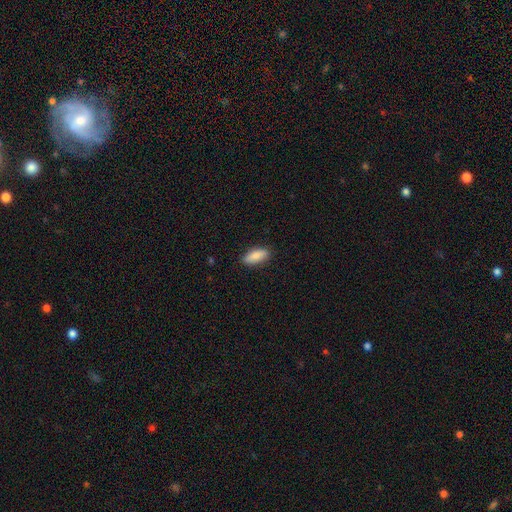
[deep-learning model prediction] Morphology: type=smooth (89%); roundness=in between (75%); merging=none (88%).